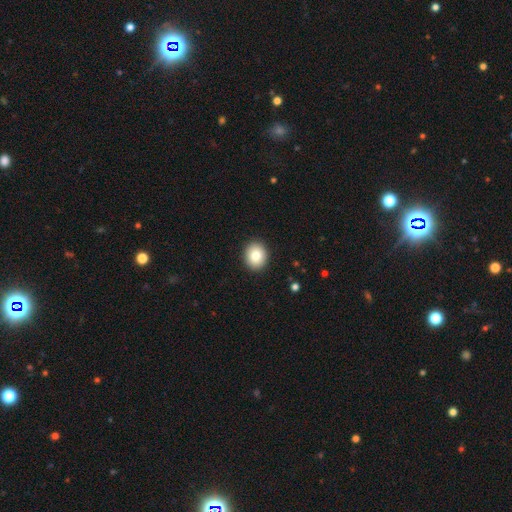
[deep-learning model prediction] Morphology: type=smooth (82%); roundness=round (71%); merging=none (92%).